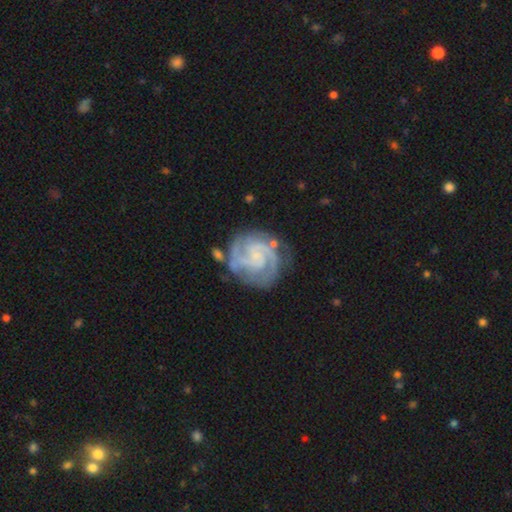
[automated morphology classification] Q: Smooth or featured?
A: featured or disk (89%); runner-up: smooth (6%)
Q: Edge-on disk?
A: no (98%); runner-up: yes (2%)
Q: Bar?
A: no (51%); runner-up: weak (38%)
Q: Spiral arms?
A: yes (98%); runner-up: no (2%)
Q: Spiral winding?
A: tight (58%); runner-up: medium (36%)
Q: Spiral arm count?
A: 2 (55%); runner-up: 3 (23%)
Q: Bulge size?
A: small (52%); runner-up: none (34%)
Q: Merging?
A: none (69%); runner-up: minor disturbance (18%)